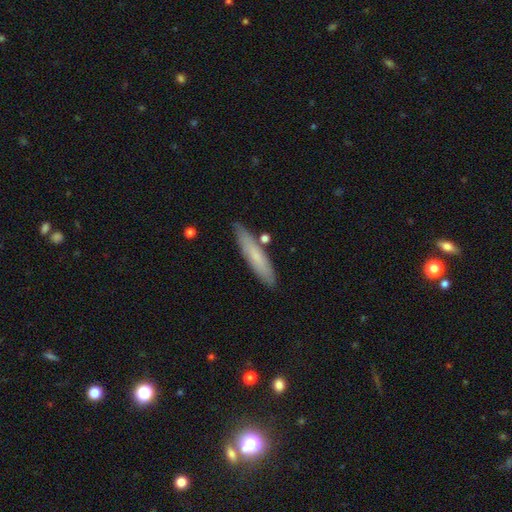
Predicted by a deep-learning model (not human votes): Smooth or featured? smooth (68%)
How rounded? cigar-shaped (86%)
Merging? none (82%)